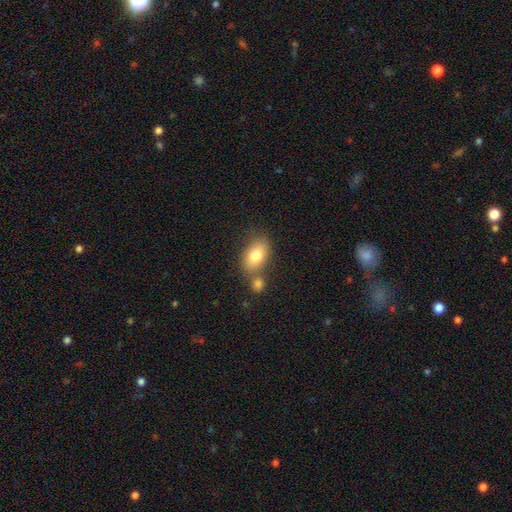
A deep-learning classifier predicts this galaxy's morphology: smooth-or-featured: smooth: 79% | featured or disk: 13% | star or artifact: 8%
  how-rounded: in between: 86% | round: 12% | cigar-shaped: 2%
  merging: none: 56% | merger: 25% | minor disturbance: 14% | major disturbance: 4%